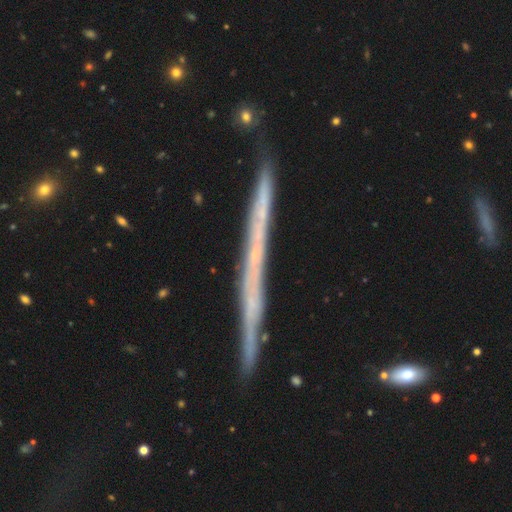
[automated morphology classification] featured or disk 65%, smooth 25%, star or artifact 9%. Down the decision tree: edge-on disk — yes (96%); edge-on bulge — none (93%); merging — none (86%).